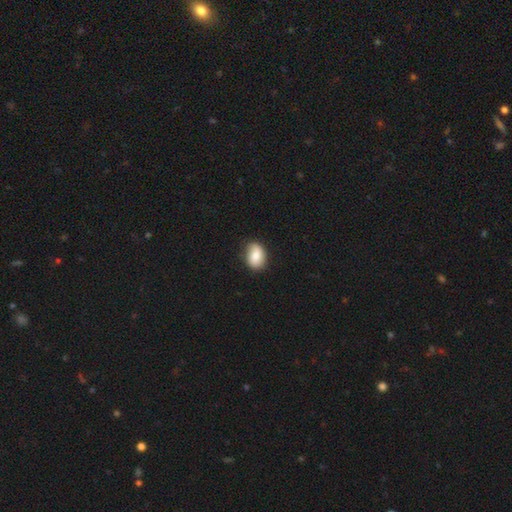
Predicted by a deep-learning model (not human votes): smooth 82%, featured or disk 11%, star or artifact 7%. Down the decision tree: how rounded — in between (74%); merging — none (77%).